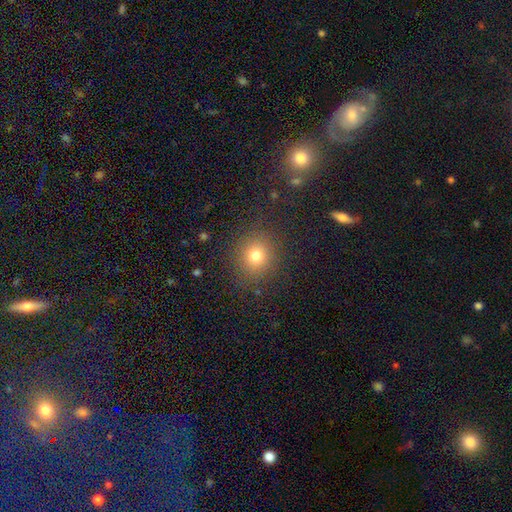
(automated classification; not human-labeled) A smooth galaxy with no disk features (75%) that is round (81%). Merging: none (86%).